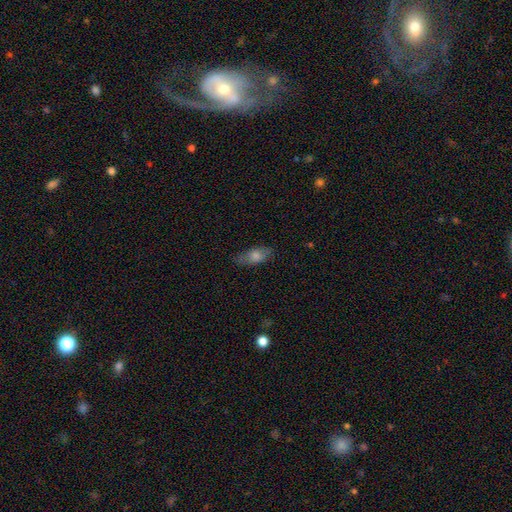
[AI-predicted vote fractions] Smooth or featured? Predicted: smooth (p=0.63). How rounded? Predicted: in between (p=0.73). Merging? Predicted: none (p=0.80).